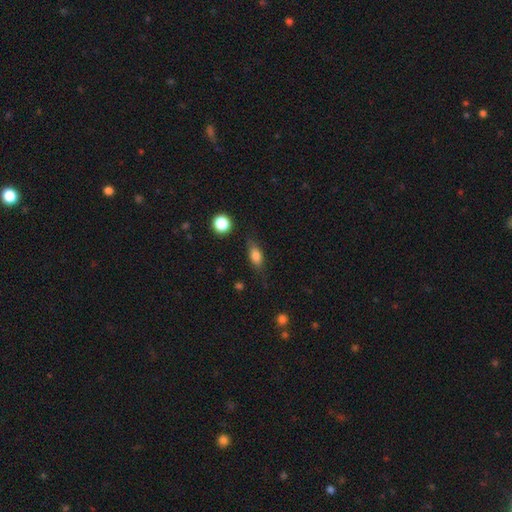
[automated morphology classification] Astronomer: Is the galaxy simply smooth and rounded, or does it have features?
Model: smooth — 77%.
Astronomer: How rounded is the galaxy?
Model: in between — 76%.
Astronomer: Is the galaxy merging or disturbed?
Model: none — 70%.